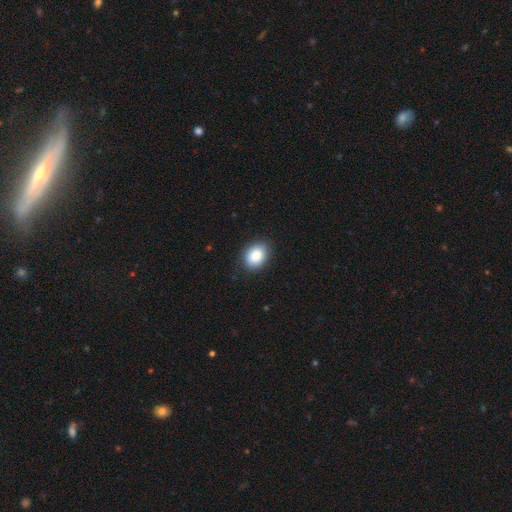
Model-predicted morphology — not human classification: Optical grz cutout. It shows a smooth galaxy with no disk features (88%) that is in between round and cigar-shaped (70%). Merging: none (87%).